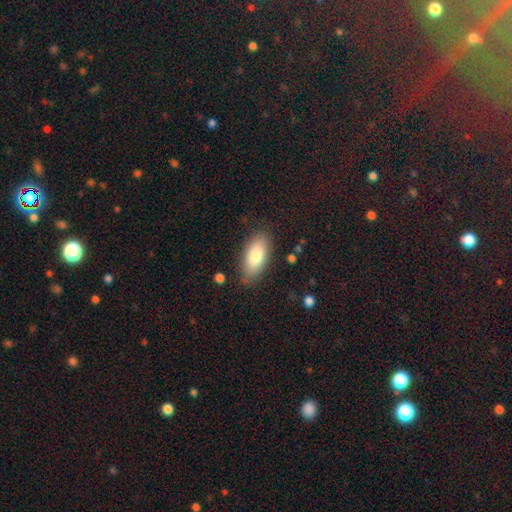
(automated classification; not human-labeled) A smooth galaxy with no disk features (79%) that is in between round and cigar-shaped (86%). Merging: none (83%).